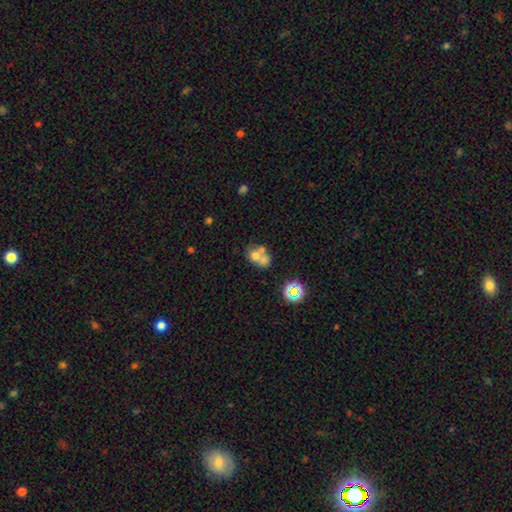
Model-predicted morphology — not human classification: A smooth galaxy with no disk features (57%) that is round (57%). Merging: merger (57%).